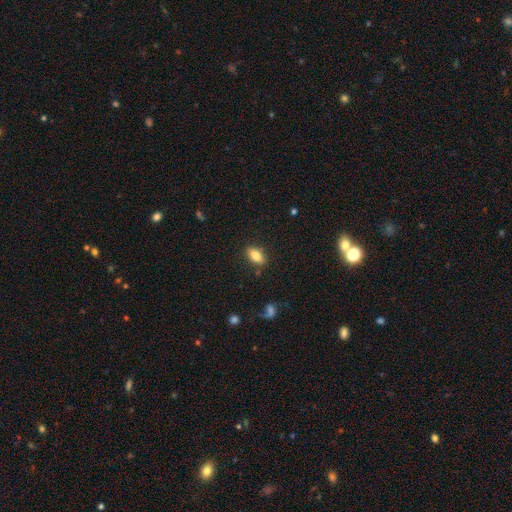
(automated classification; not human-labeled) This is likely a smooth galaxy (79%). How rounded: clearly in between (86%). Merging: clearly none (85%).